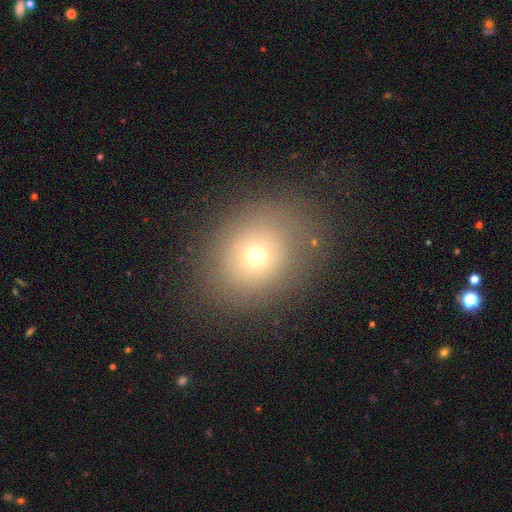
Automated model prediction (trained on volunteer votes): Smooth or featured: smooth — 66% (star or artifact — 18%)
How rounded: round — 65% (in between — 34%)
Merging: none — 79% (minor disturbance — 13%)